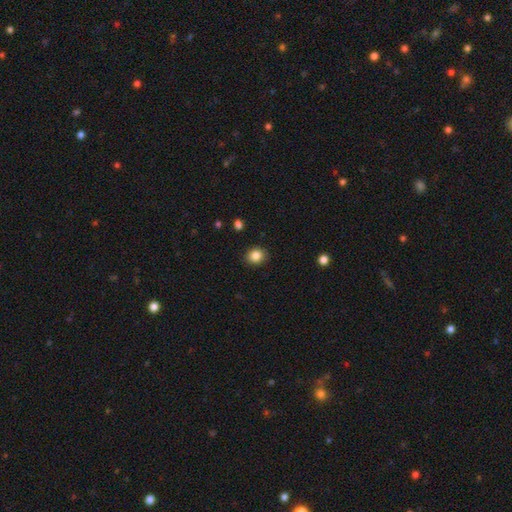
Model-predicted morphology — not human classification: Smooth or featured?
  - smooth: 85% *
  - star or artifact: 10%
  - featured or disk: 5%
How rounded?
  - round: 68% *
  - in between: 32%
  - cigar-shaped: 1%
Merging?
  - none: 89% *
  - minor disturbance: 8%
  - major disturbance: 2%
  - merger: 1%